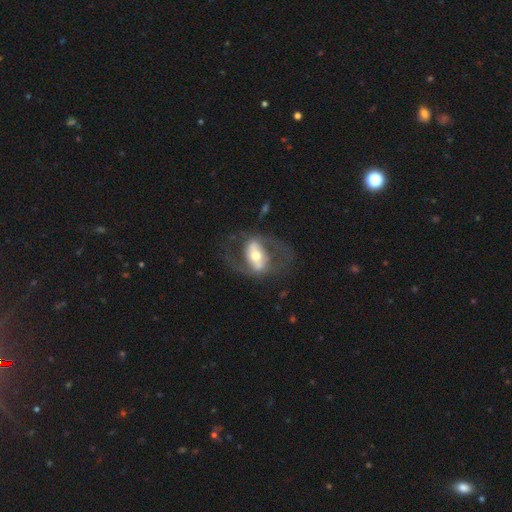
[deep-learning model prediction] Smooth or featured? featured or disk (76%)
Edge-on disk? no (94%)
Bar? strong (46%)
Spiral arms? yes (70%)
Bulge size? moderate (65%)
Merging? none (60%)